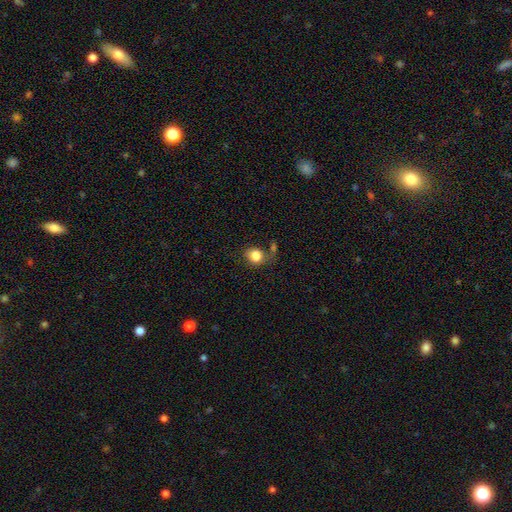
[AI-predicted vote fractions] Smooth or featured? Predicted: smooth (p=0.84). How rounded? Predicted: round (p=0.62). Merging? Predicted: none (p=0.55).